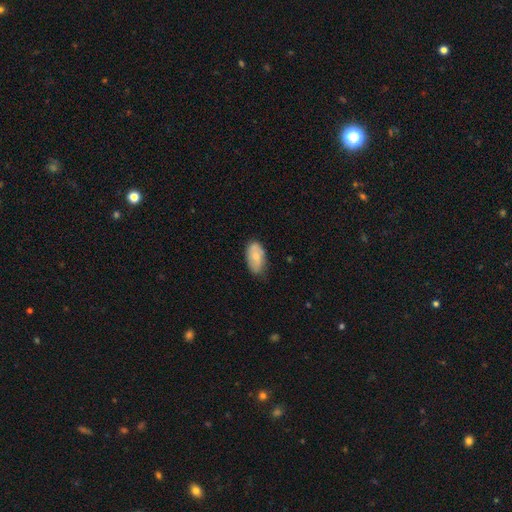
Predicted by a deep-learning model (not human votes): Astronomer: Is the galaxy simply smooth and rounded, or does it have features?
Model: smooth — 69%.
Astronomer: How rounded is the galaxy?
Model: in between — 93%.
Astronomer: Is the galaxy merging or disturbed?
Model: none — 69%.